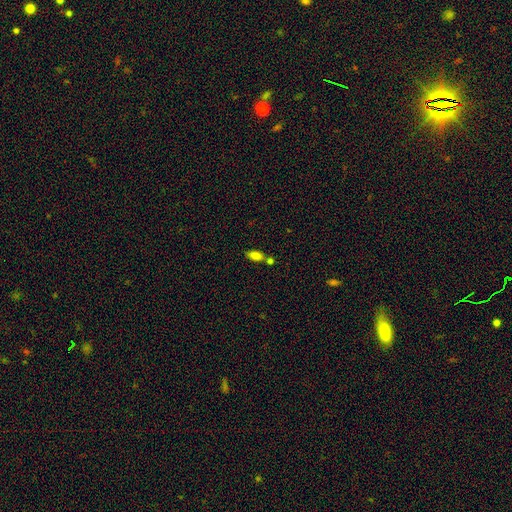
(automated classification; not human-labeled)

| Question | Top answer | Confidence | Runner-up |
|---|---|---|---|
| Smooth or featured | smooth | 82% | star or artifact (10%) |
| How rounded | in between | 87% | cigar-shaped (9%) |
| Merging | none | 56% | merger (27%) |